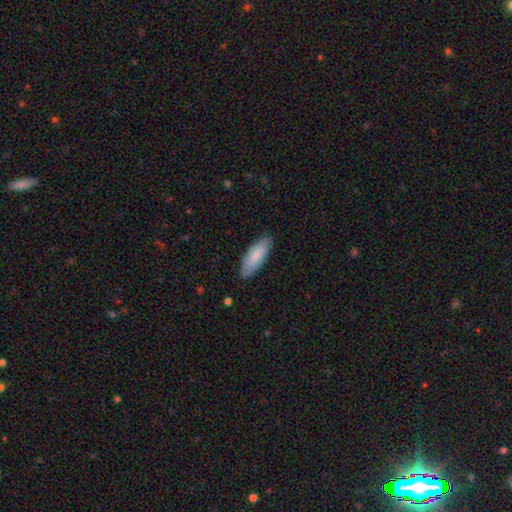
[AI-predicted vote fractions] The model was most divided on "how rounded": in between: 71%, cigar-shaped: 28%, round: 1%. More confident: merging — none (84%); smooth or featured — smooth (83%).